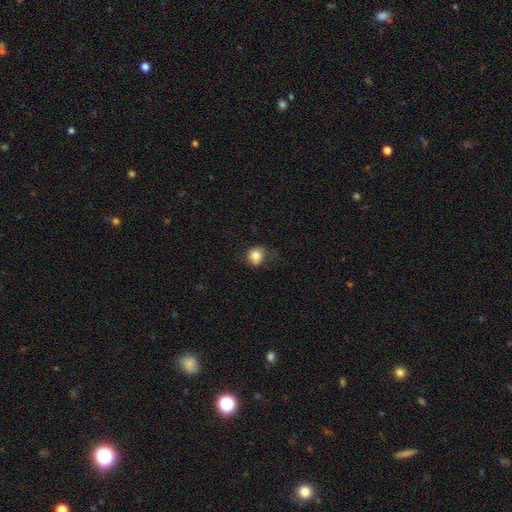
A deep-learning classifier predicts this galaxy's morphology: The model was most divided on "merging": none: 56%, minor disturbance: 31%, major disturbance: 11%, merger: 2%. More confident: smooth or featured — smooth (83%); how rounded — round (71%).